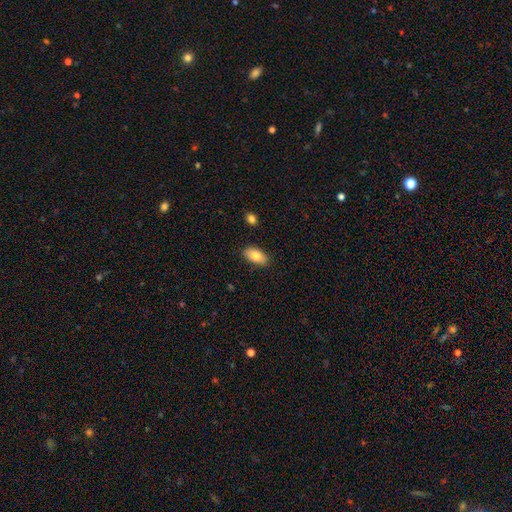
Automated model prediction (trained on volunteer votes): This appears to be a smooth galaxy with no disk features (82%) that is in between round and cigar-shaped (92%). Merging: none (86%).